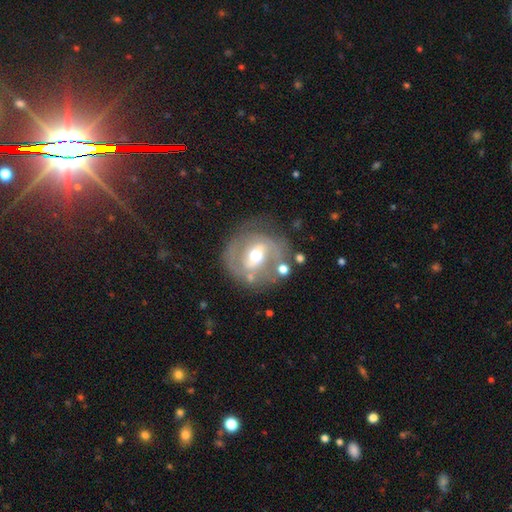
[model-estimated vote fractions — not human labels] Q: Smooth or featured?
A: featured or disk (74%); runner-up: smooth (20%)
Q: Edge-on disk?
A: no (96%); runner-up: yes (4%)
Q: Bar?
A: weak (42%); runner-up: strong (34%)
Q: Spiral arms?
A: yes (66%); runner-up: no (34%)
Q: Bulge size?
A: moderate (74%); runner-up: small (13%)
Q: Merging?
A: none (65%); runner-up: minor disturbance (18%)